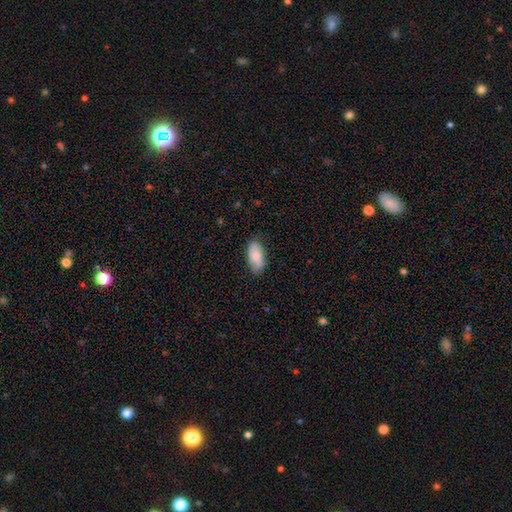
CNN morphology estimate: type=smooth (81%); roundness=in between (93%); merging=none (80%).